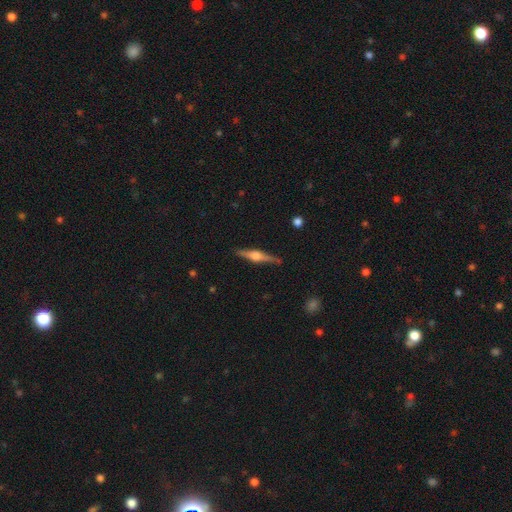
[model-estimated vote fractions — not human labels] smooth-or-featured: featured or disk: 76% | smooth: 19% | star or artifact: 6%
  disk-edge-on: yes: 98% | no: 2%
    edge-on-bulge: rounded: 89% | boxy: 9% | none: 2%
  merging: none: 87% | minor disturbance: 9% | major disturbance: 2% | merger: 1%